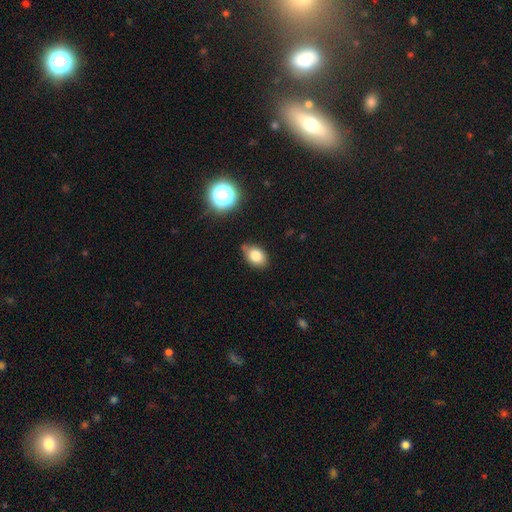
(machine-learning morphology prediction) This is clearly a smooth galaxy (80%). How rounded: clearly in between (81%). Merging: likely none (70%).